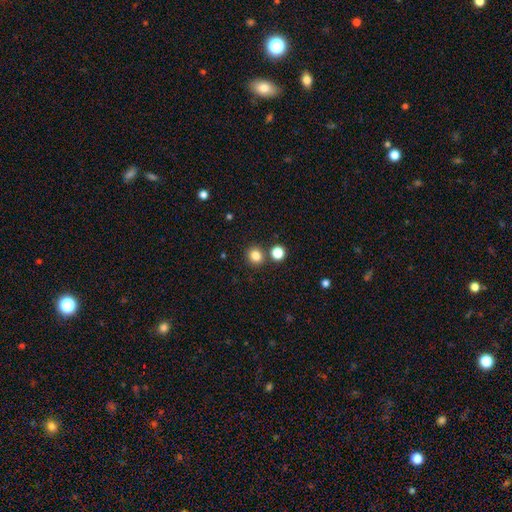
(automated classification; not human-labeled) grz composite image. It shows a smooth galaxy with no disk features (82%) that is round (83%). Merging: none (78%).